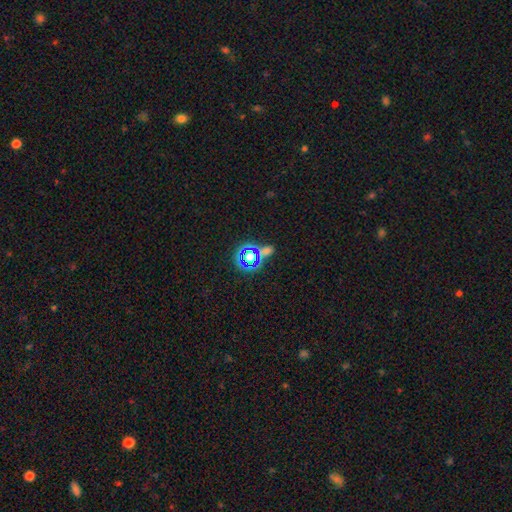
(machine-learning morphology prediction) Smooth or featured: star or artifact — 67% (smooth — 24%)